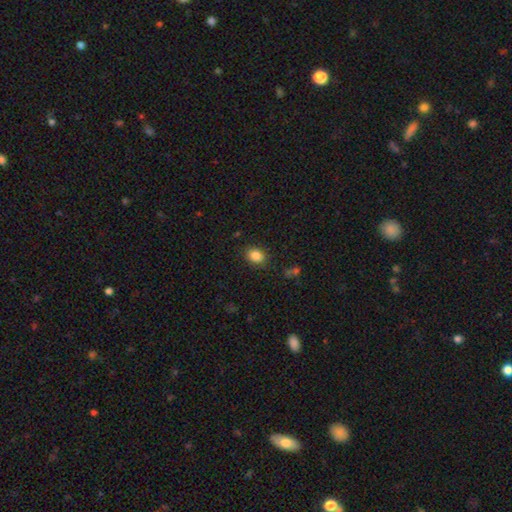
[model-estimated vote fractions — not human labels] Smooth or featured? Predicted: smooth (p=0.86). How rounded? Predicted: in between (p=0.63). Merging? Predicted: none (p=0.85).